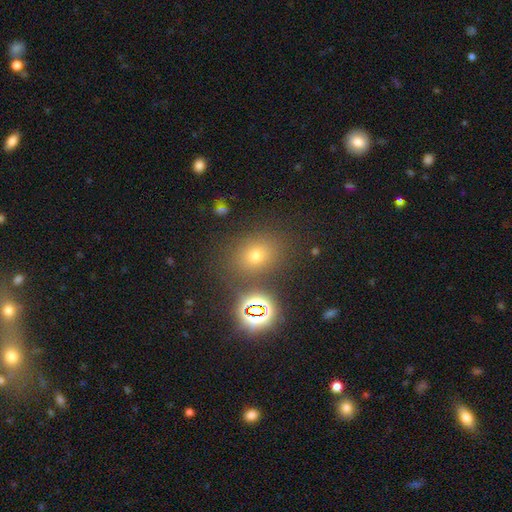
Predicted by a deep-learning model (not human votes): Smooth or featured?
  - smooth: 62% *
  - star or artifact: 27%
  - featured or disk: 11%
How rounded?
  - round: 52% *
  - in between: 47%
  - cigar-shaped: 1%
Merging?
  - none: 79% *
  - minor disturbance: 11%
  - merger: 6%
  - major disturbance: 4%